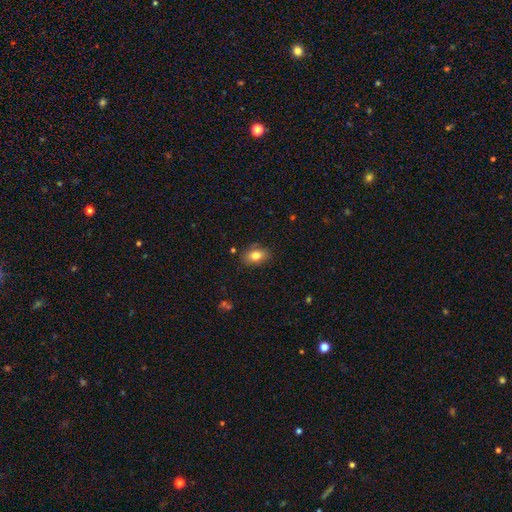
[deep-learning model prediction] A smooth galaxy with no disk features (80%) that is in between round and cigar-shaped (82%).

Vote fractions:
- Smooth or featured? smooth: 80% / featured or disk: 12% / star or artifact: 9%
- How rounded? in between: 82% / round: 16% / cigar-shaped: 2%
- Merging? none: 82% / minor disturbance: 14% / major disturbance: 3% / merger: 2%